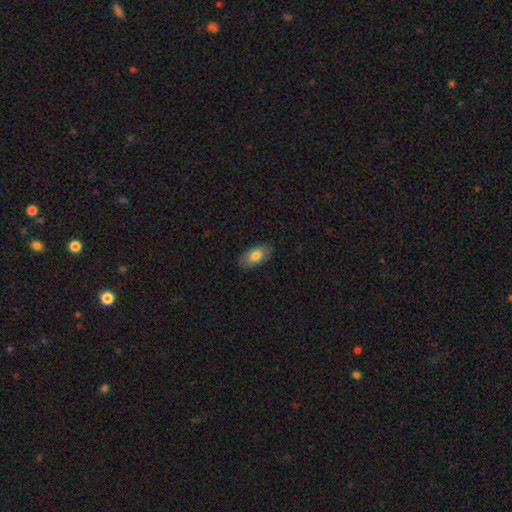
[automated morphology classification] smooth 78%, featured or disk 15%, star or artifact 6%. Down the decision tree: how rounded — in between (92%); merging — none (86%).